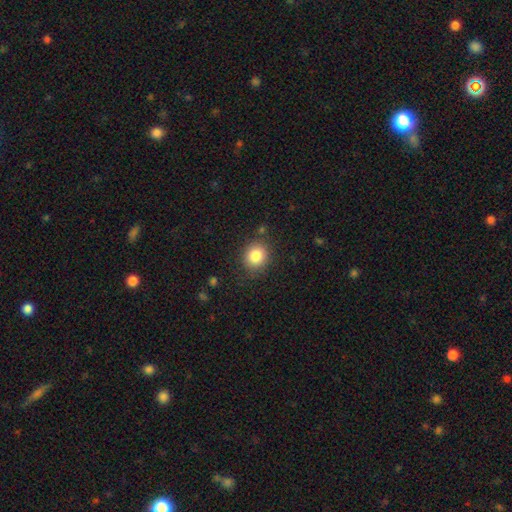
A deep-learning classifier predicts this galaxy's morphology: Smooth or featured? Predicted: smooth (p=0.84). How rounded? Predicted: round (p=0.80). Merging? Predicted: none (p=0.85).